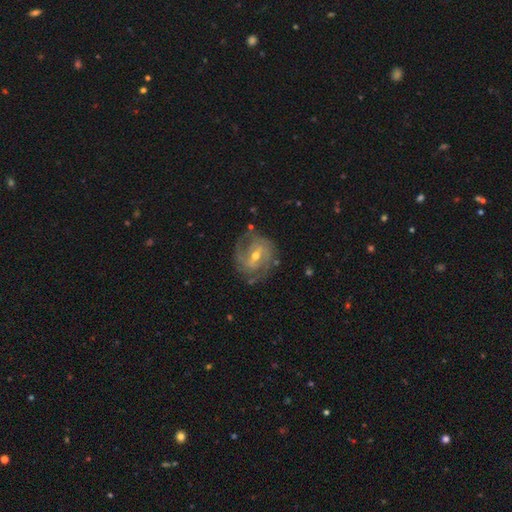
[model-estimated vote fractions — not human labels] This is clearly a featured or disk galaxy (87%). It is clearly not viewed edge-on (97%). Bar: possibly weak (50%). Spiral arm pattern: clearly yes (94%). Spiral arm count: possibly 2 (60%). Spiral winding: marginally tight (45%). Central bulge: possibly moderate (55%). Merging: likely none (74%).